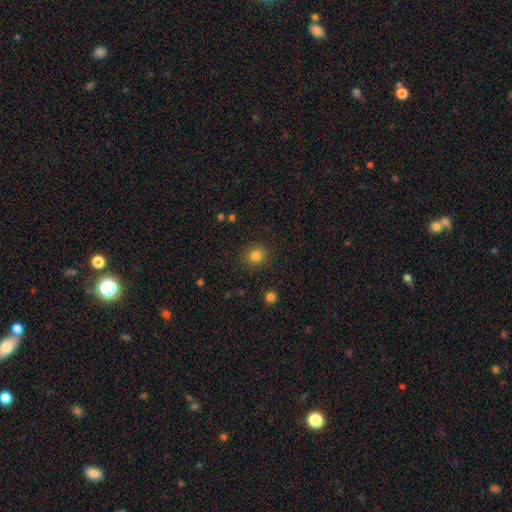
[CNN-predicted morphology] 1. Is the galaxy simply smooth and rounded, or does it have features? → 82% smooth, 13% star or artifact, 6% featured or disk.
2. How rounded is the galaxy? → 88% round, 11% in between, 1% cigar-shaped.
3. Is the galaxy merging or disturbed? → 89% none, 7% minor disturbance, 3% major disturbance, 1% merger.